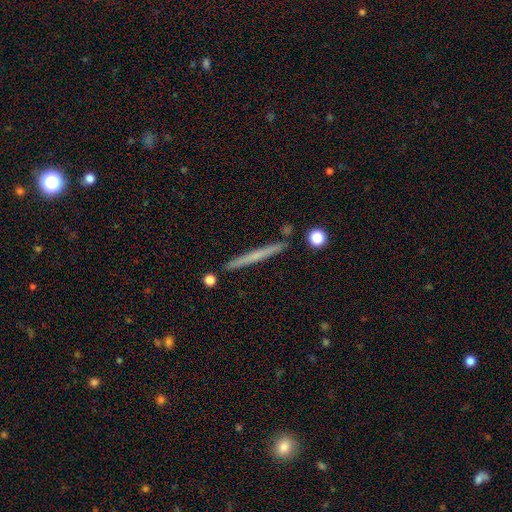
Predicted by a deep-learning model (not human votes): Smooth or featured?
  - featured or disk: 49% *
  - smooth: 45%
  - star or artifact: 6%
Merging?
  - none: 89% *
  - minor disturbance: 7%
  - merger: 2%
  - major disturbance: 1%